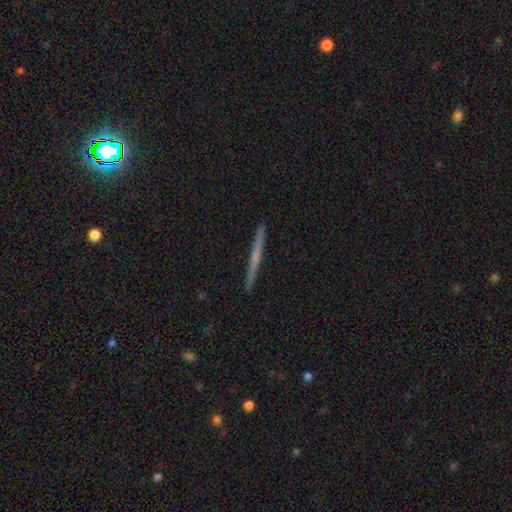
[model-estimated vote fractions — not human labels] A featured or disk galaxy (57%) viewed edge-on (98%) with no central bulge (77%).

Vote fractions:
- Smooth or featured? featured or disk: 57% / smooth: 36% / star or artifact: 6%
- Edge-on disk? yes: 98% / no: 2%
- Edge-on bulge? none: 77% / rounded: 18% / boxy: 5%
- Merging? none: 93% / minor disturbance: 5% / major disturbance: 1% / merger: 1%